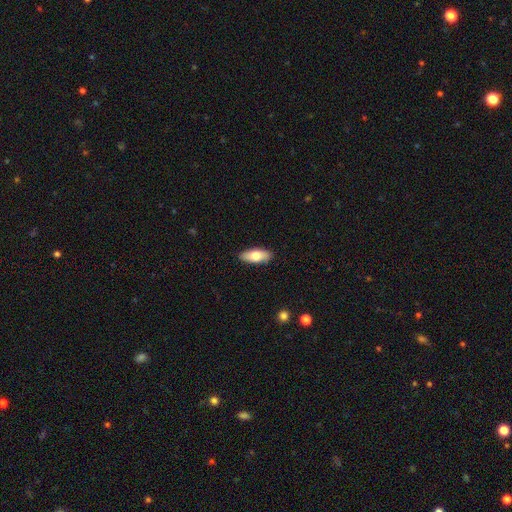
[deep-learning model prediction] smooth 74%, featured or disk 20%, star or artifact 6%. Down the decision tree: how rounded — in between (78%); merging — none (89%).